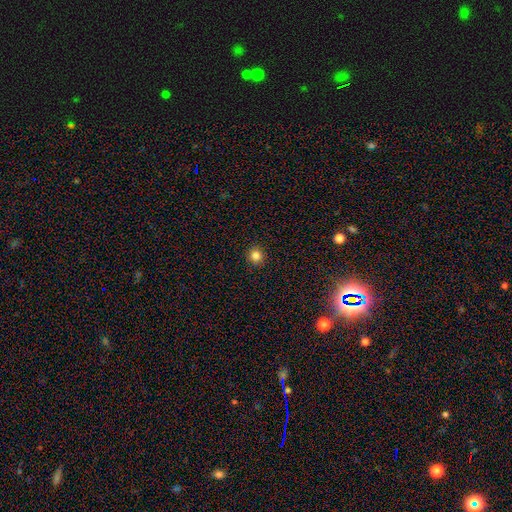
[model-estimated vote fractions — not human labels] A smooth galaxy with no disk features (83%) that is round (88%). Merging: none (92%).